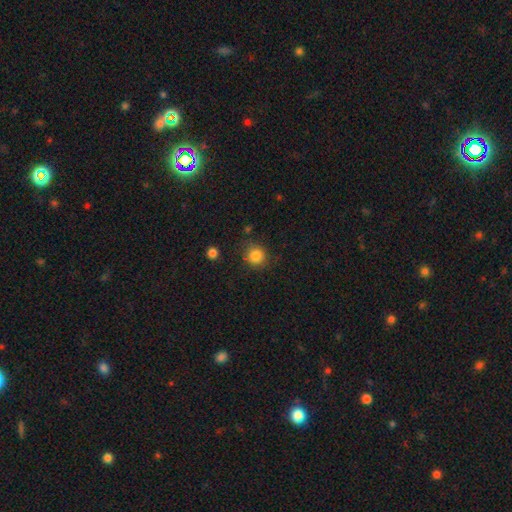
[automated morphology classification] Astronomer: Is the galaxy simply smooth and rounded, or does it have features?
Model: smooth — 84%.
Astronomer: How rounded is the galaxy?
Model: round — 89%.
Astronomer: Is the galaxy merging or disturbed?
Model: none — 82%.